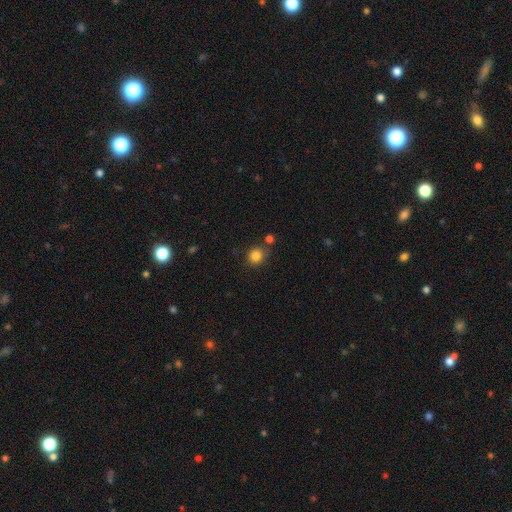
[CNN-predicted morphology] The model was most divided on "merging": none: 76%, minor disturbance: 12%, merger: 9%, major disturbance: 3%. More confident: smooth or featured — smooth (84%); how rounded — round (82%).